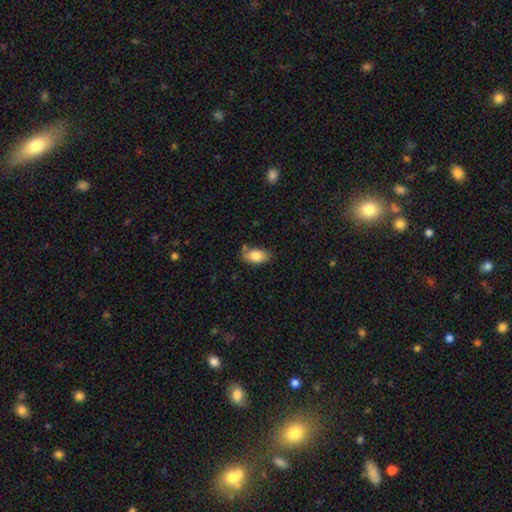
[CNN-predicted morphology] A smooth galaxy with no disk features (82%) that is in between round and cigar-shaped (92%). Merging: none (70%).